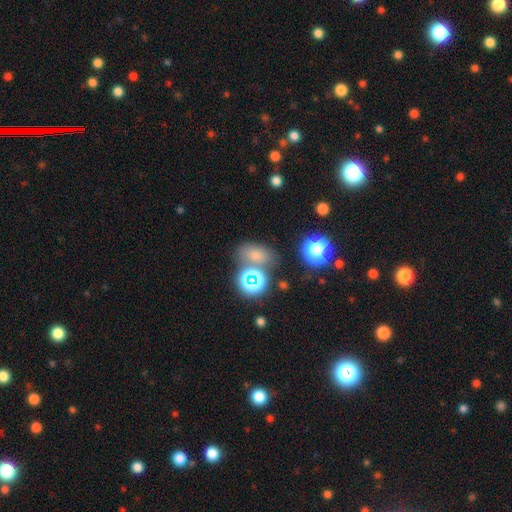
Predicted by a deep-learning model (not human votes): smooth-or-featured: smooth: 64% | star or artifact: 26% | featured or disk: 10%
  how-rounded: in between: 72% | round: 25% | cigar-shaped: 3%
  merging: none: 64% | merger: 15% | minor disturbance: 15% | major disturbance: 6%